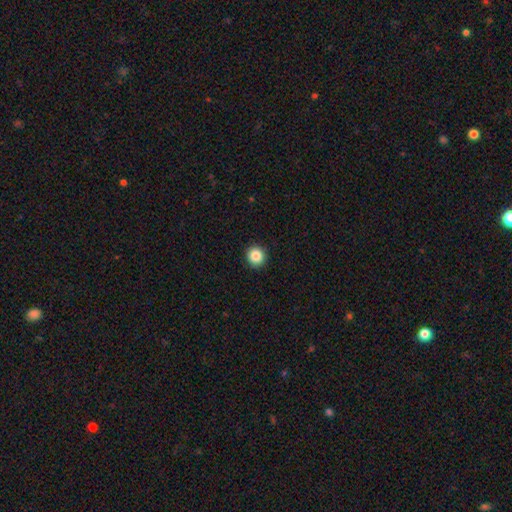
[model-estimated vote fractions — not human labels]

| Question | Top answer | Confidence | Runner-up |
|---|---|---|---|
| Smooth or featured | smooth | 86% | star or artifact (10%) |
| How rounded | round | 93% | in between (6%) |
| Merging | none | 92% | minor disturbance (5%) |